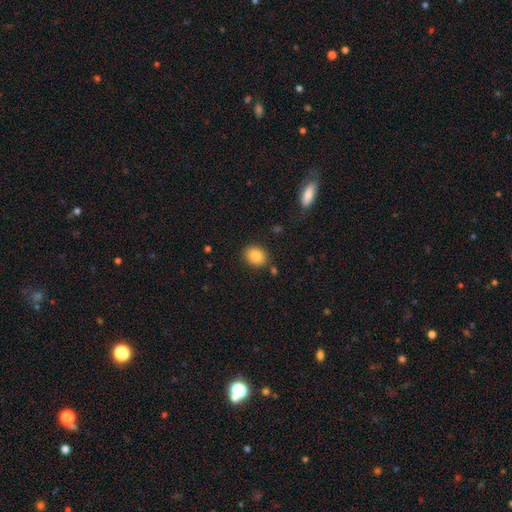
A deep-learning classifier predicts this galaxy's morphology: The model was most divided on "how rounded": in between: 50%, round: 49%, cigar-shaped: 1%. More confident: smooth or featured — smooth (85%); merging — none (85%).